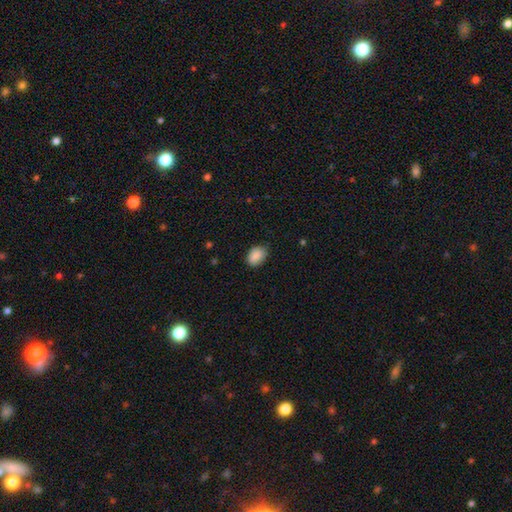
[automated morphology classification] smooth_or_featured: smooth (p=0.88) [alt: star or artifact p=0.07]
how_rounded: in between (p=0.77) [alt: round p=0.22]
merging: none (p=0.77) [alt: minor disturbance p=0.19]